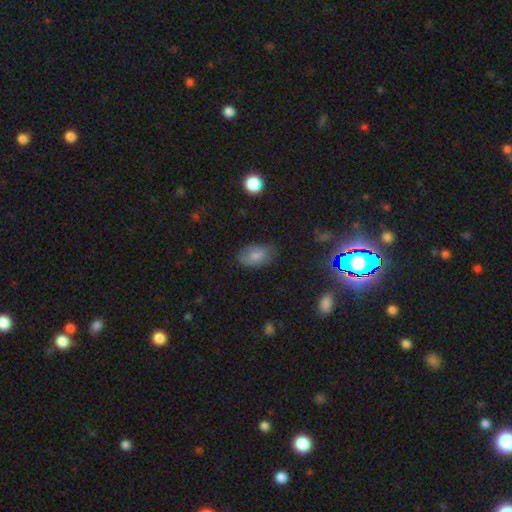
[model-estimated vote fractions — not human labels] smooth_or_featured: smooth (p=0.76) [alt: featured or disk p=0.15]
how_rounded: in between (p=0.90) [alt: round p=0.09]
merging: none (p=0.65) [alt: minor disturbance p=0.26]